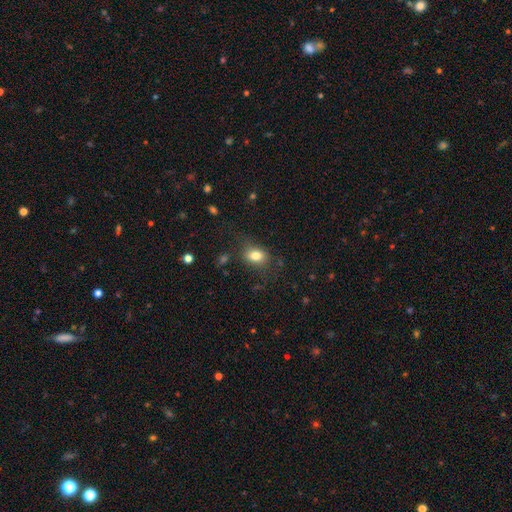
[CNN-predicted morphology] A smooth galaxy with no disk features (80%) that is in between round and cigar-shaped (67%). Merging: none (75%).